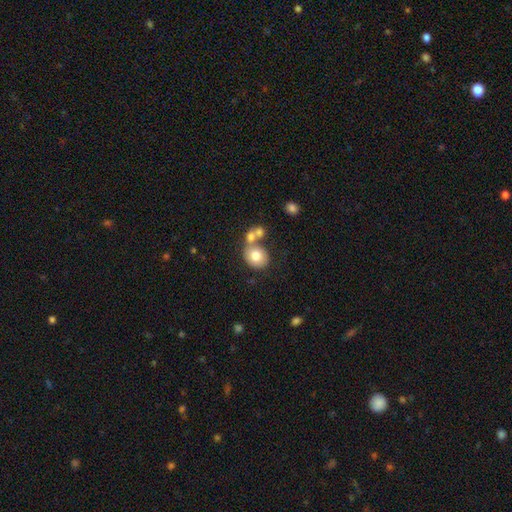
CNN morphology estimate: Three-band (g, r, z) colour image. It shows a smooth galaxy with no disk features (75%) that is round (70%). Merging: none (47%).